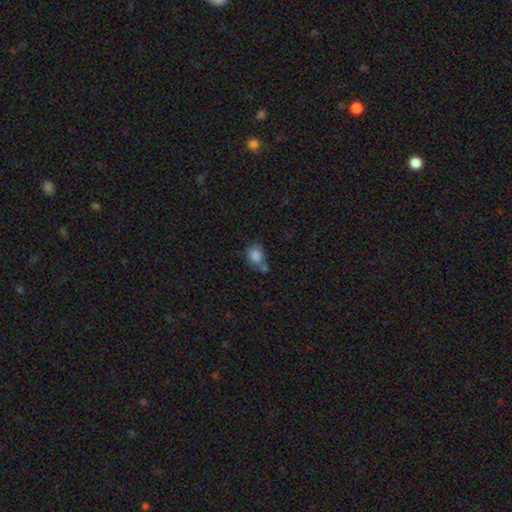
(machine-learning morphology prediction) smooth 83%, star or artifact 9%, featured or disk 8%. Down the decision tree: how rounded — in between (52%); merging — none (43%).